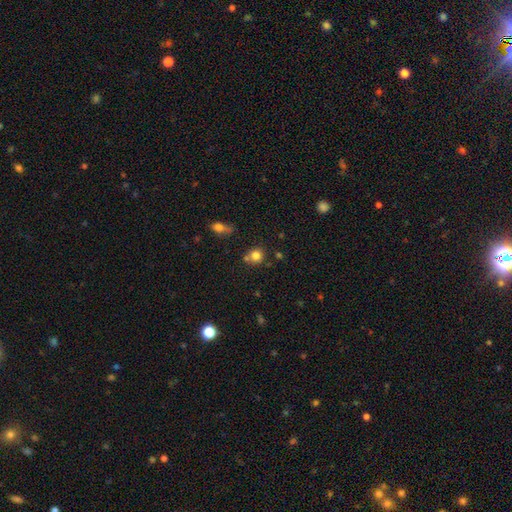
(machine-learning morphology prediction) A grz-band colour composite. It shows a smooth galaxy with no disk features (80%) that is round (85%). Merging: none (64%).